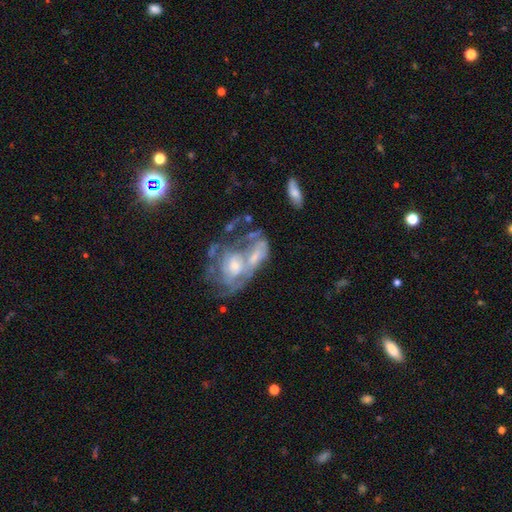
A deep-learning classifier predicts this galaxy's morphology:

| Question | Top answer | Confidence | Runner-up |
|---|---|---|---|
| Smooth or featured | featured or disk | 64% | smooth (27%) |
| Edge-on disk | no | 96% | yes (4%) |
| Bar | no | 74% | weak (20%) |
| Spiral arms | yes | 54% | no (46%) |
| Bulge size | small | 44% | moderate (40%) |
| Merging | merger | 61% | major disturbance (16%) |